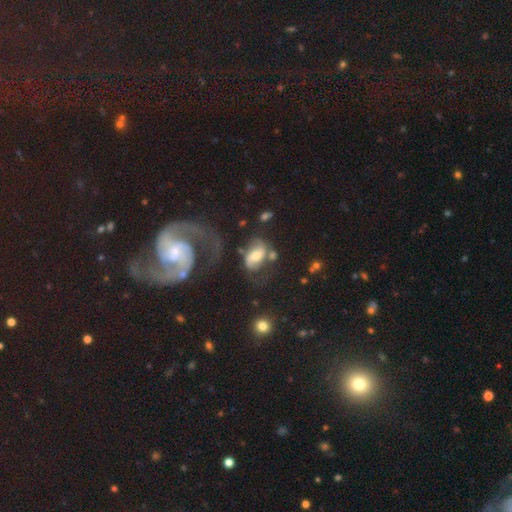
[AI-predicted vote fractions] Q: Smooth or featured?
A: featured or disk (65%); runner-up: smooth (27%)
Q: Edge-on disk?
A: no (96%); runner-up: yes (4%)
Q: Bar?
A: weak (42%); runner-up: no (37%)
Q: Spiral arms?
A: yes (85%); runner-up: no (15%)
Q: Spiral winding?
A: loose (43%); runner-up: medium (40%)
Q: Spiral arm count?
A: 2 (82%); runner-up: can't tell (8%)
Q: Bulge size?
A: moderate (55%); runner-up: small (27%)
Q: Merging?
A: none (36%); runner-up: major disturbance (27%)